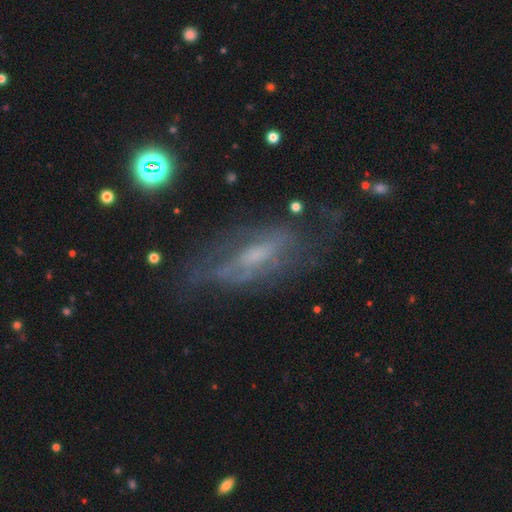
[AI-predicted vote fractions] Q: Smooth or featured?
A: featured or disk (64%); runner-up: smooth (25%)
Q: Edge-on disk?
A: no (73%); runner-up: yes (27%)
Q: Merging?
A: none (56%); runner-up: minor disturbance (24%)